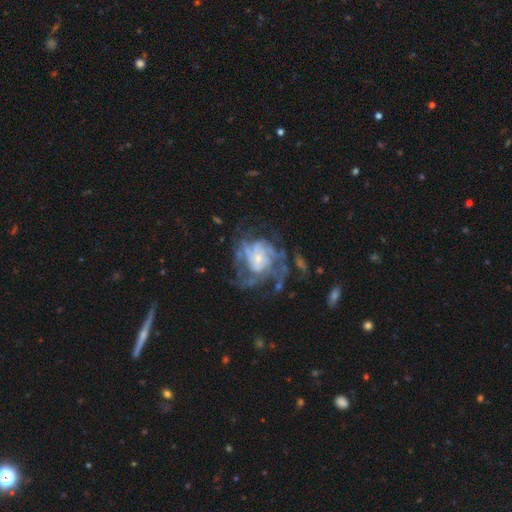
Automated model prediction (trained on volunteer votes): A featured or disk galaxy (79%) with no bar (70%), tight (48%) spiral arms (85%) and a small central bulge (60%).

Vote fractions:
- Smooth or featured? featured or disk: 79% / star or artifact: 10% / smooth: 10%
- Edge-on disk? no: 97% / yes: 3%
- Bar? no: 70% / weak: 24% / strong: 6%
- Spiral arms? yes: 85% / no: 15%
- Spiral winding? tight: 48% / medium: 37% / loose: 15%
- Spiral arm count? can't tell: 42% / 3: 17% / 4: 16% / 2: 12% / more than 4: 8% / 1: 6%
- Bulge size? small: 60% / moderate: 27% / none: 6% / large: 6% / dominant: 2%
- Merging? none: 56% / major disturbance: 23% / minor disturbance: 17% / merger: 3%